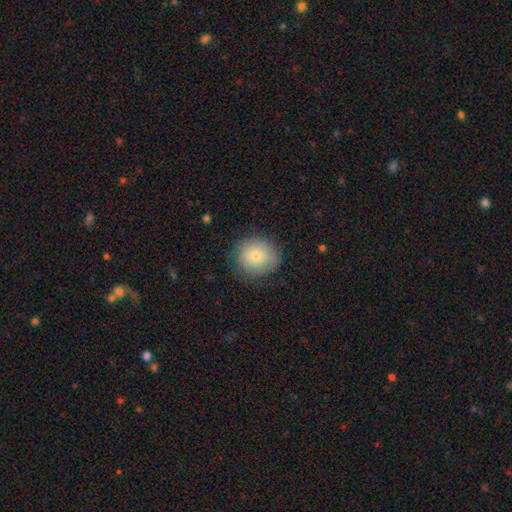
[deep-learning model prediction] Smooth or featured: smooth — 76% (featured or disk — 16%)
How rounded: round — 90% (in between — 9%)
Merging: none — 81% (minor disturbance — 14%)